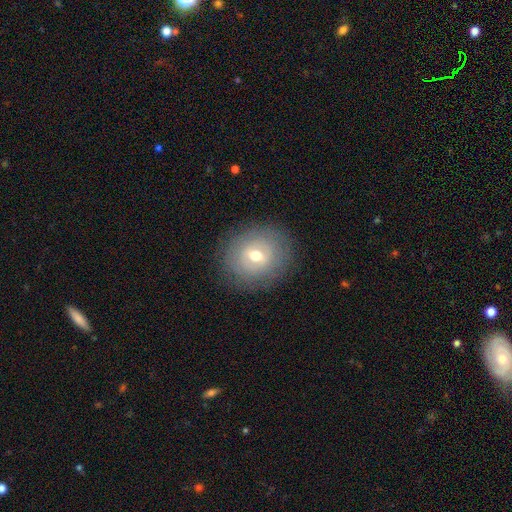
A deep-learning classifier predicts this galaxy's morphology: Smooth or featured?
  - smooth: 50% *
  - featured or disk: 41%
  - star or artifact: 10%
Merging?
  - none: 83% *
  - minor disturbance: 11%
  - major disturbance: 5%
  - merger: 1%